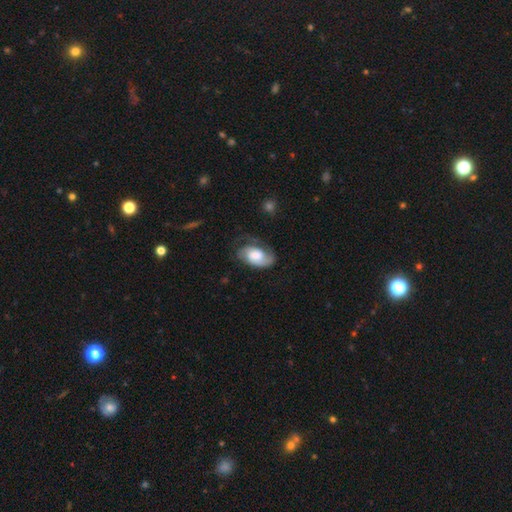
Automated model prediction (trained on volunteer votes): Smooth or featured: featured or disk — 62% (smooth — 32%)
Edge-on disk: no — 96% (yes — 4%)
Bar: no — 64% (weak — 30%)
Spiral arms: yes — 89% (no — 11%)
Spiral winding: tight — 42% (medium — 39%)
Spiral arm count: 2 — 56% (1 — 24%)
Bulge size: large — 43% (moderate — 33%)
Merging: none — 51% (minor disturbance — 27%)